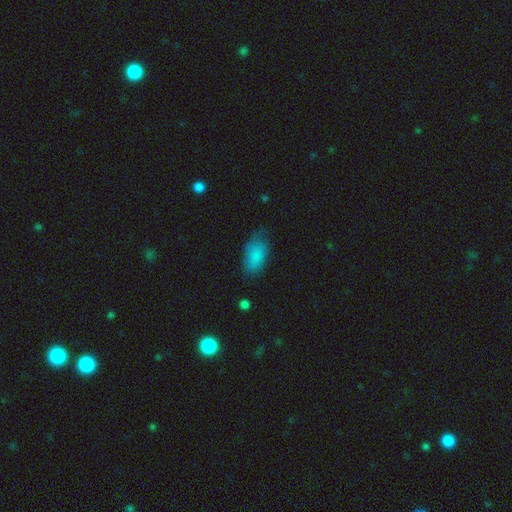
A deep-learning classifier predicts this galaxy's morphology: smooth 83%, featured or disk 9%, star or artifact 8%. Down the decision tree: how rounded — in between (92%); merging — none (57%).